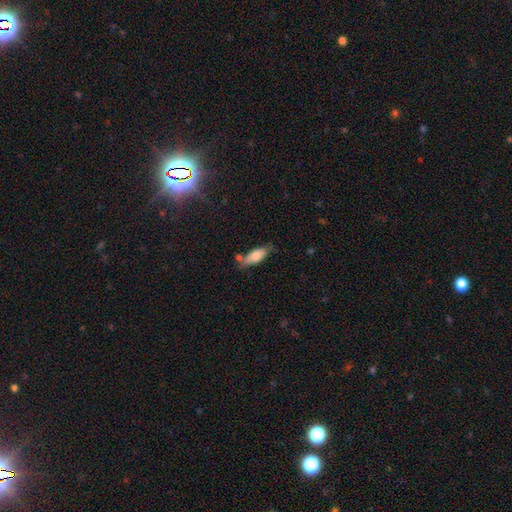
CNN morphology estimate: smooth_or_featured: smooth (p=0.72) [alt: featured or disk p=0.21]
how_rounded: in between (p=0.68) [alt: cigar-shaped p=0.30]
merging: none (p=0.61) [alt: minor disturbance p=0.23]